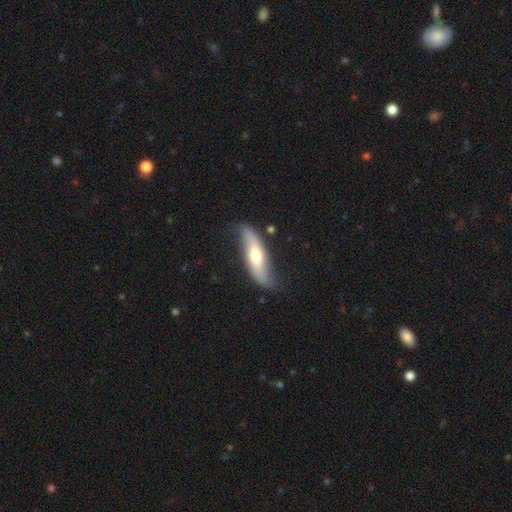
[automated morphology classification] Overall: featured or disk (56%; smooth 39%). Edge-on disk: no (64%; yes 36%). Merging: none (67%).